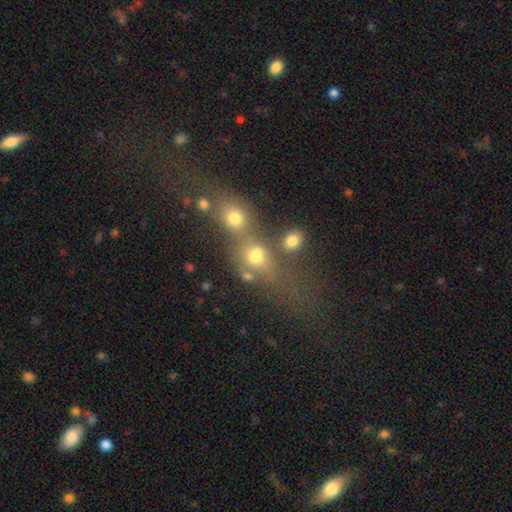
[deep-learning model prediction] A smooth galaxy with no disk features (60%) that is round (47%). Merging: merger (56%).